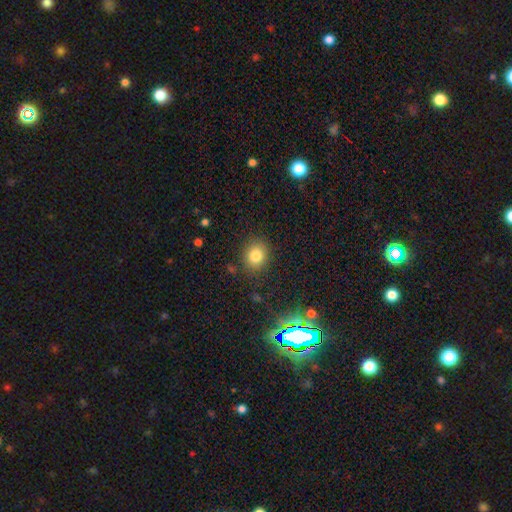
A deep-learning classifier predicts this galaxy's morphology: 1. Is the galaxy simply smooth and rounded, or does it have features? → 80% smooth, 13% star or artifact, 7% featured or disk.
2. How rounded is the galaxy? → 68% round, 31% in between, 1% cigar-shaped.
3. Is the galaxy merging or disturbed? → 86% none, 9% minor disturbance, 3% major disturbance, 2% merger.